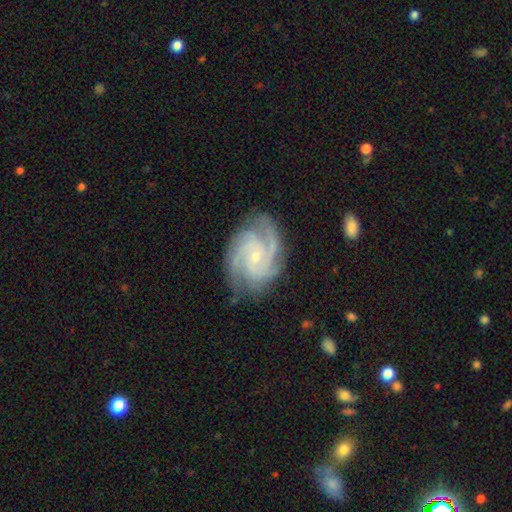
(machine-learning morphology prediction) Overall: featured or disk (92%). Edge-on disk: no (98%). Bar: no (67%). Spiral arms: yes (99%). Spiral arm count: 3 (50%; 4 20%). Spiral winding: tight (54%; medium 41%). Bulge size: small (78%). Merging: none (79%).